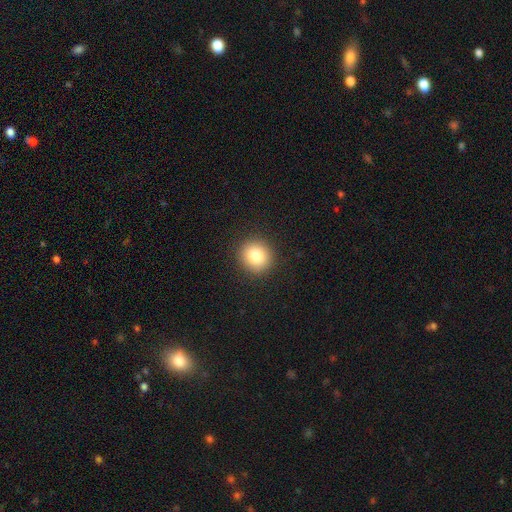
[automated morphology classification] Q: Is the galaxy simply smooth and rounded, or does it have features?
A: smooth — 83%.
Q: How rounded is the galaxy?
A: round — 90%.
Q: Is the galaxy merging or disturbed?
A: none — 91%.